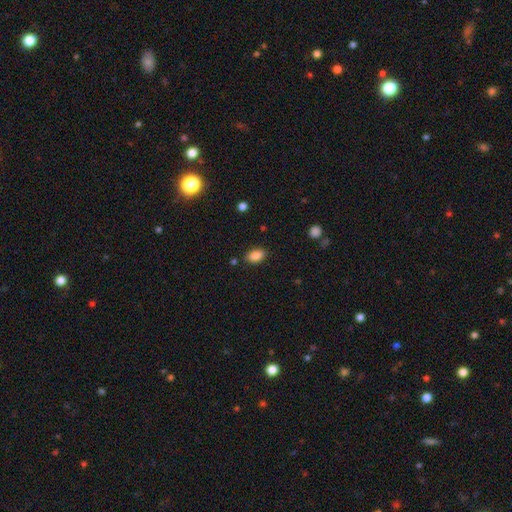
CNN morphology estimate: Smooth or featured? smooth (86%)
How rounded? in between (89%)
Merging? none (84%)